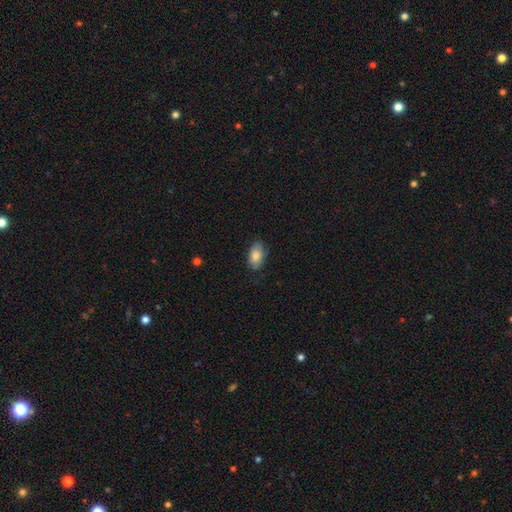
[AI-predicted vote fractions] Smooth or featured? smooth (80%)
How rounded? in between (92%)
Merging? none (77%)